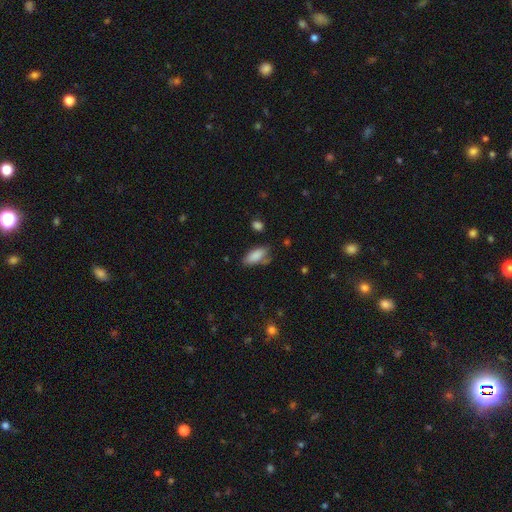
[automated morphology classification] Smooth or featured? smooth (86%)
How rounded? in between (83%)
Merging? none (63%)